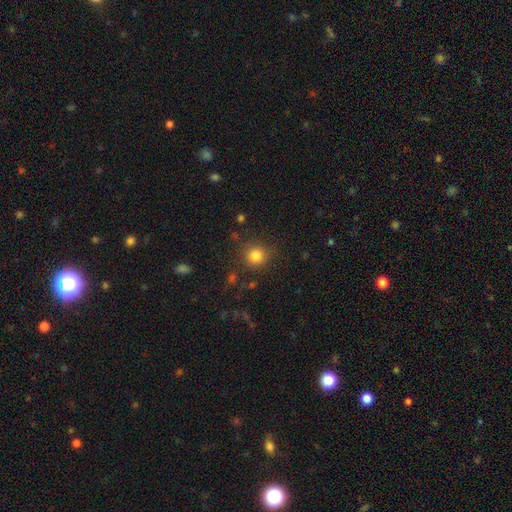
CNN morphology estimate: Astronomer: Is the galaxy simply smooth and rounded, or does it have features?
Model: smooth — 83%.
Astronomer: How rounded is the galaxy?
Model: round — 92%.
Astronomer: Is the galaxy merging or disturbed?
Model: none — 84%.